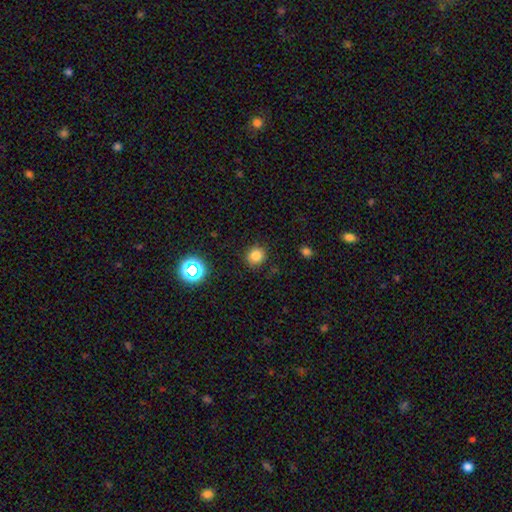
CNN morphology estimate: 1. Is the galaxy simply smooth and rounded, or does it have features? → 79% smooth, 15% star or artifact, 6% featured or disk.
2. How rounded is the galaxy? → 89% round, 10% in between, 1% cigar-shaped.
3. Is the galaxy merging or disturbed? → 88% none, 8% minor disturbance, 3% major disturbance, 1% merger.